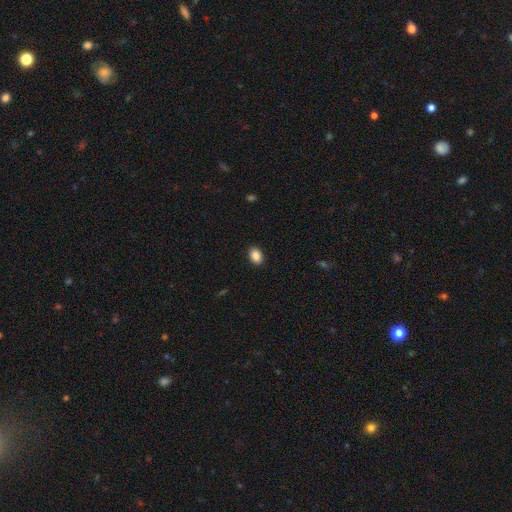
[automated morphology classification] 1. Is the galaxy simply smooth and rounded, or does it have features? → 88% smooth, 8% star or artifact, 4% featured or disk.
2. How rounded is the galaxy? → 82% in between, 17% round, 1% cigar-shaped.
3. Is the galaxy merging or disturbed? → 90% none, 7% minor disturbance, 2% major disturbance, 1% merger.